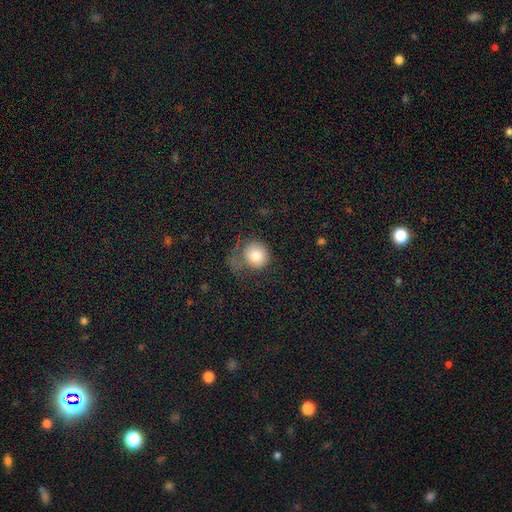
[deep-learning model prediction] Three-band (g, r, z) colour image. It shows a smooth galaxy with no disk features (81%) that is round (89%). Merging: none (49%).